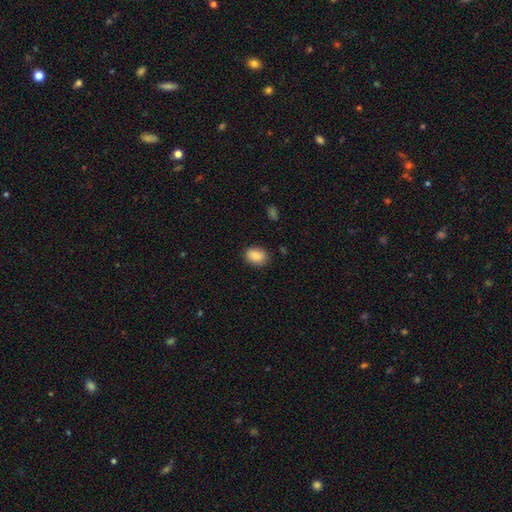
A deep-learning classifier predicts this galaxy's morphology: Smooth or featured?
  - smooth: 88% *
  - star or artifact: 8%
  - featured or disk: 4%
How rounded?
  - in between: 71% *
  - round: 28%
  - cigar-shaped: 1%
Merging?
  - none: 81% *
  - minor disturbance: 14%
  - major disturbance: 3%
  - merger: 1%